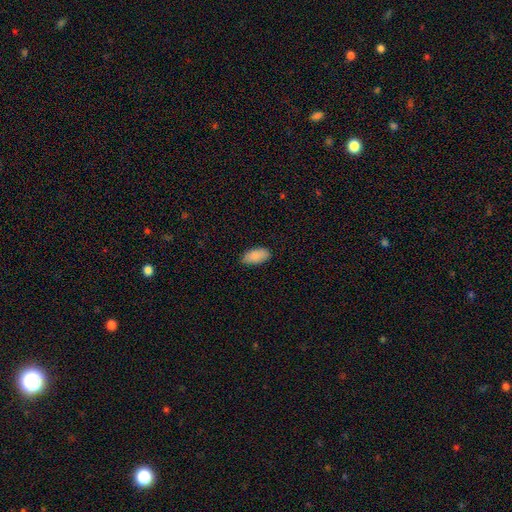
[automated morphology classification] Smooth or featured: smooth — 87% (featured or disk — 7%)
How rounded: in between — 95% (cigar-shaped — 3%)
Merging: none — 84% (minor disturbance — 13%)